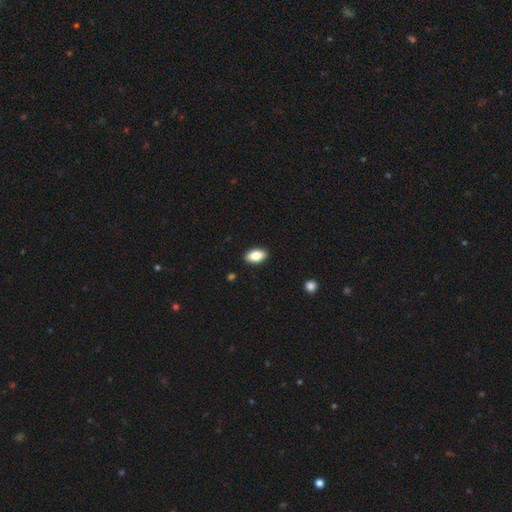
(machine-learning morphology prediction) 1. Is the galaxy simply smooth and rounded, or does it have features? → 83% smooth, 9% featured or disk, 7% star or artifact.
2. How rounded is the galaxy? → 92% in between, 5% round, 4% cigar-shaped.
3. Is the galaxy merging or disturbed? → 90% none, 8% minor disturbance, 2% major disturbance, 1% merger.